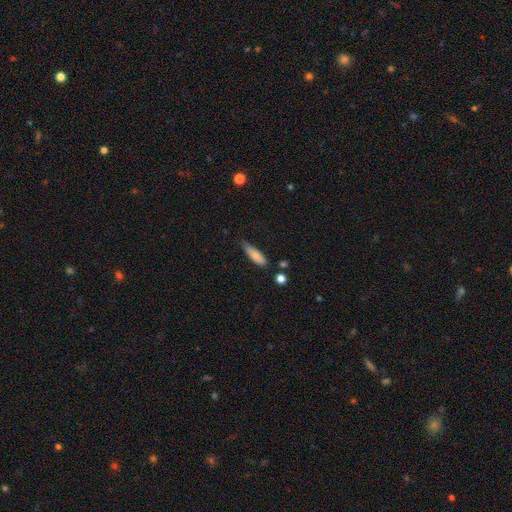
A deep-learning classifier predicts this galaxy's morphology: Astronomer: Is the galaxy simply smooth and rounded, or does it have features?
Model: smooth — 81%.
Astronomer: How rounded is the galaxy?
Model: cigar-shaped — 58% (runner-up: in between, 40%).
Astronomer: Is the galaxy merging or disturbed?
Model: none — 62%.